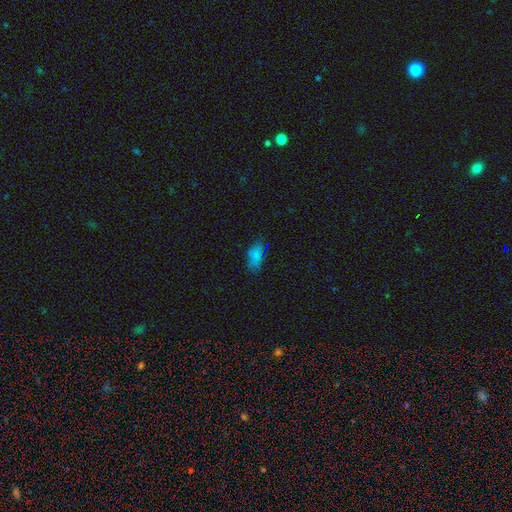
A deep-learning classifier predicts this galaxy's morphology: A smooth galaxy with no disk features (71%) that is in between round and cigar-shaped (89%).

Vote fractions:
- Smooth or featured? smooth: 71% / star or artifact: 22% / featured or disk: 7%
- How rounded? in between: 89% / cigar-shaped: 7% / round: 5%
- Merging? none: 75% / minor disturbance: 17% / major disturbance: 5% / merger: 2%